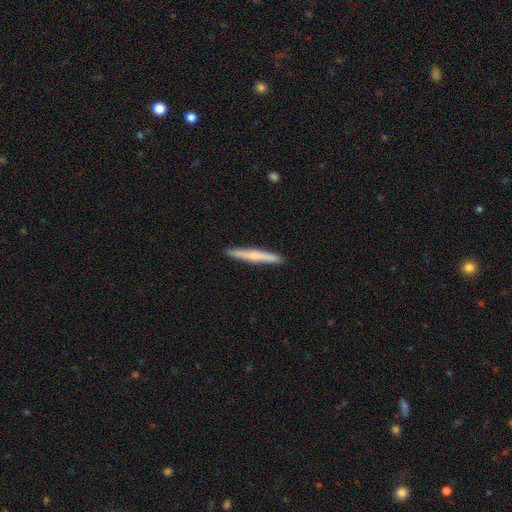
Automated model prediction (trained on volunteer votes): A smooth galaxy with no disk features (54%) that is cigar-shaped (96%).

Vote fractions:
- Smooth or featured? smooth: 54% / featured or disk: 41% / star or artifact: 6%
- How rounded? cigar-shaped: 96% / in between: 2% / round: 1%
- Merging? none: 92% / minor disturbance: 6% / major disturbance: 1% / merger: 1%